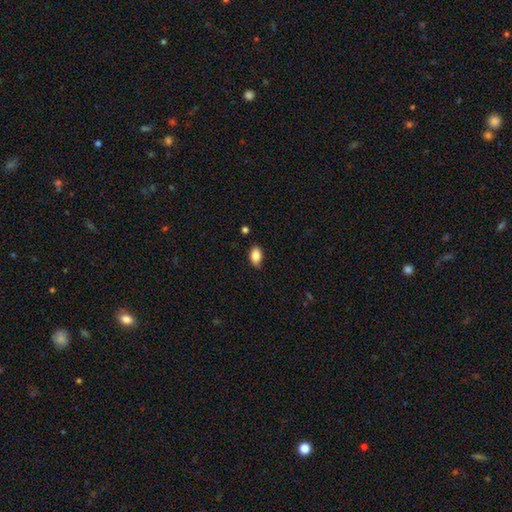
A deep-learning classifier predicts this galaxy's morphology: Q: Smooth or featured?
A: smooth (84%); runner-up: featured or disk (8%)
Q: How rounded?
A: in between (89%); runner-up: round (9%)
Q: Merging?
A: none (81%); runner-up: minor disturbance (15%)